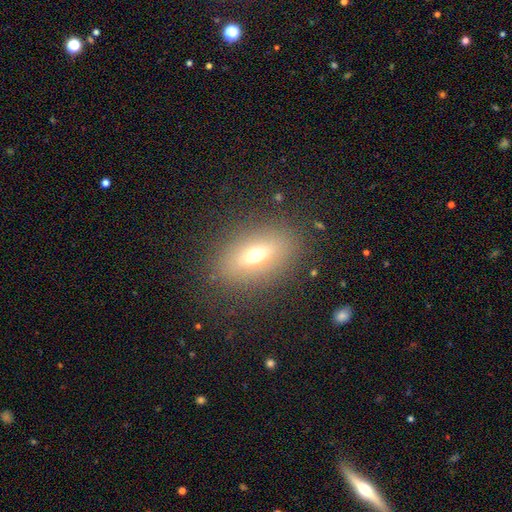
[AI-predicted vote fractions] Smooth or featured? Predicted: smooth (p=0.58). How rounded? Predicted: in between (p=0.75). Merging? Predicted: none (p=0.83).